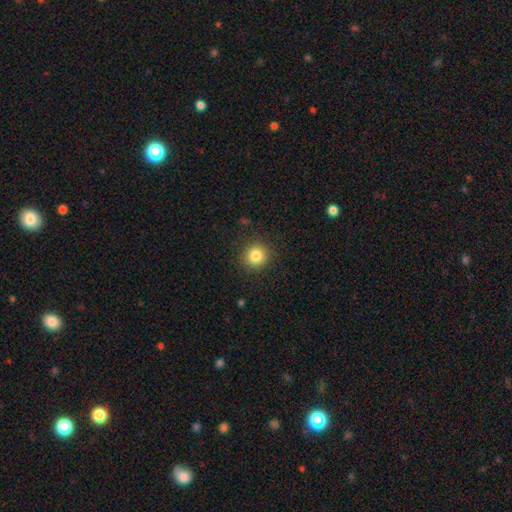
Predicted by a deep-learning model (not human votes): Smooth or featured? smooth (83%)
How rounded? round (91%)
Merging? none (89%)